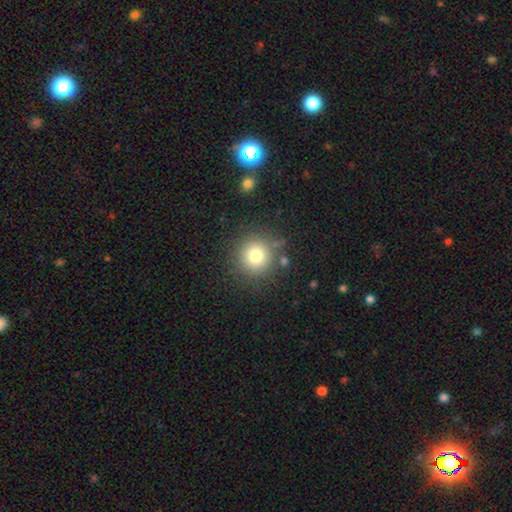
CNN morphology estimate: Q: Smooth or featured?
A: smooth (77%); runner-up: star or artifact (14%)
Q: How rounded?
A: round (94%); runner-up: in between (5%)
Q: Merging?
A: none (83%); runner-up: minor disturbance (9%)